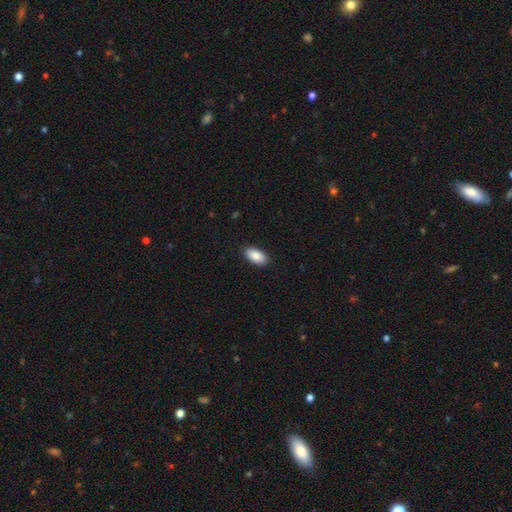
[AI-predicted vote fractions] smooth-or-featured: smooth: 88% | star or artifact: 6% | featured or disk: 6%
  how-rounded: in between: 94% | cigar-shaped: 3% | round: 3%
  merging: none: 90% | minor disturbance: 8% | major disturbance: 2% | merger: 1%